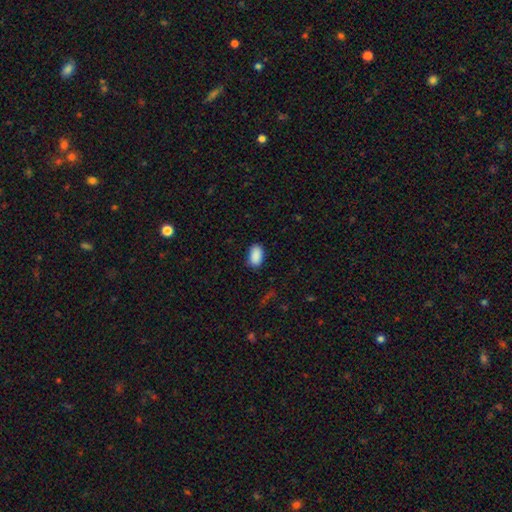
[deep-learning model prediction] smooth-or-featured: smooth: 90% | star or artifact: 7% | featured or disk: 3%
  how-rounded: in between: 93% | round: 5% | cigar-shaped: 2%
  merging: none: 85% | minor disturbance: 11% | major disturbance: 3% | merger: 1%